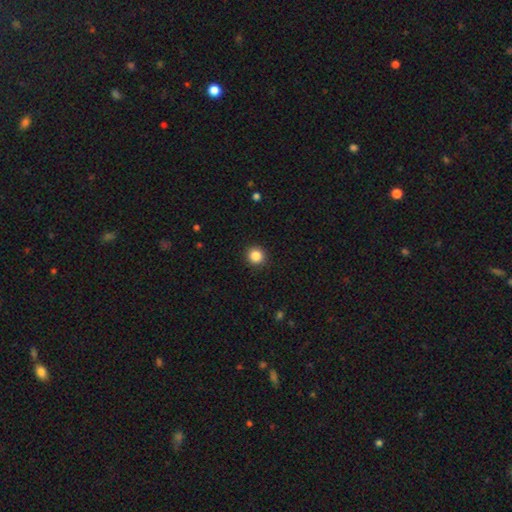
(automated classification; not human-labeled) This appears to be a smooth galaxy with no disk features (85%) that is round (93%). Merging: none (92%).